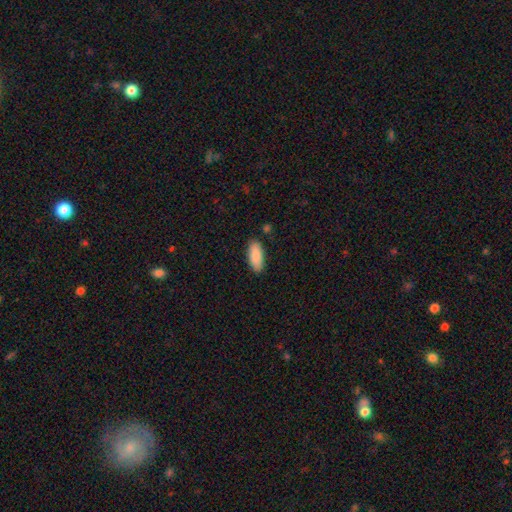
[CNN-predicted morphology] Smooth or featured?
  - smooth: 89% *
  - star or artifact: 6%
  - featured or disk: 5%
How rounded?
  - in between: 81% *
  - cigar-shaped: 17%
  - round: 2%
Merging?
  - none: 86% *
  - minor disturbance: 10%
  - major disturbance: 2%
  - merger: 2%